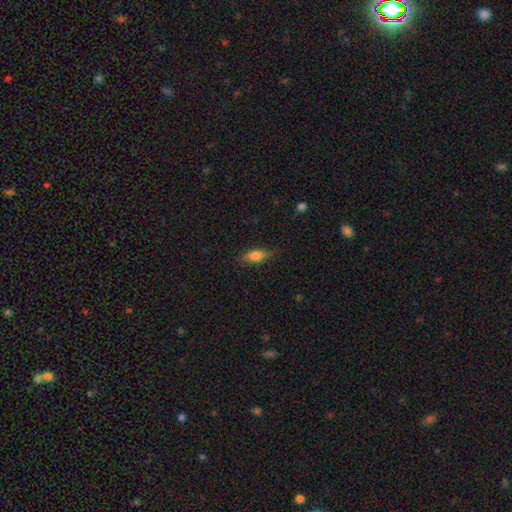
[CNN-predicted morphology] Smooth or featured? Predicted: smooth (p=0.72). How rounded? Predicted: in between (p=0.69). Merging? Predicted: none (p=0.80).